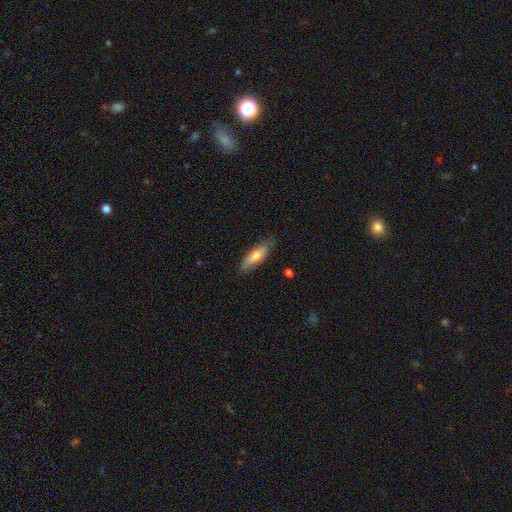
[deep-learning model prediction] smooth_or_featured: smooth (p=0.72) [alt: featured or disk p=0.22]
how_rounded: cigar-shaped (p=0.56) [alt: in between p=0.42]
merging: none (p=0.82) [alt: minor disturbance p=0.15]